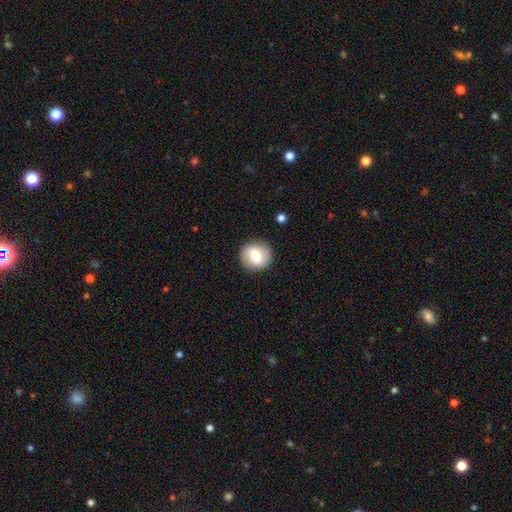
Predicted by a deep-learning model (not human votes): Morphology: type=smooth (75%); roundness=round (89%); merging=none (88%).